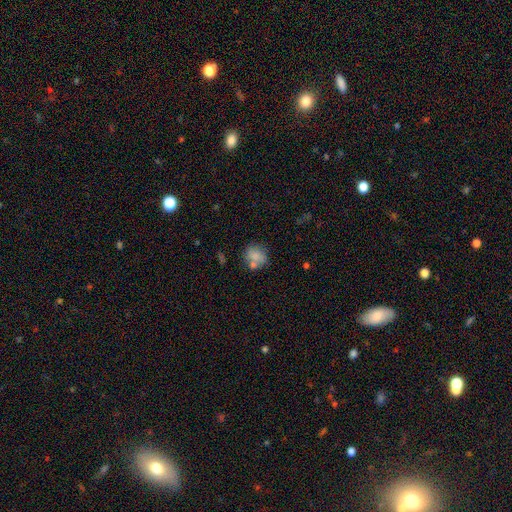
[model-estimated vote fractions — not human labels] Morphology: type=smooth (76%); roundness=round (71%); merging=none (55%).